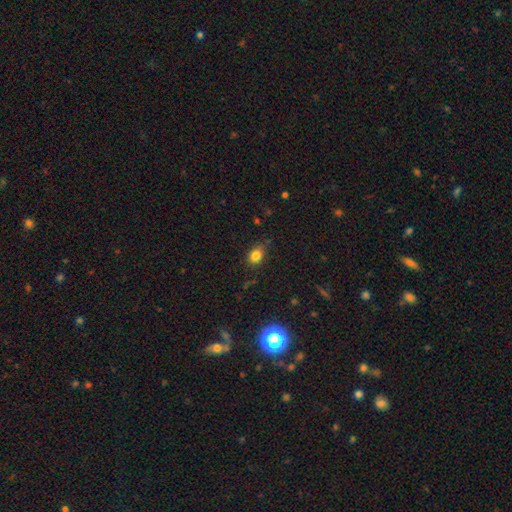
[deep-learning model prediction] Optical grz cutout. It shows a smooth galaxy with no disk features (81%) that is in between round and cigar-shaped (64%). Merging: none (78%).